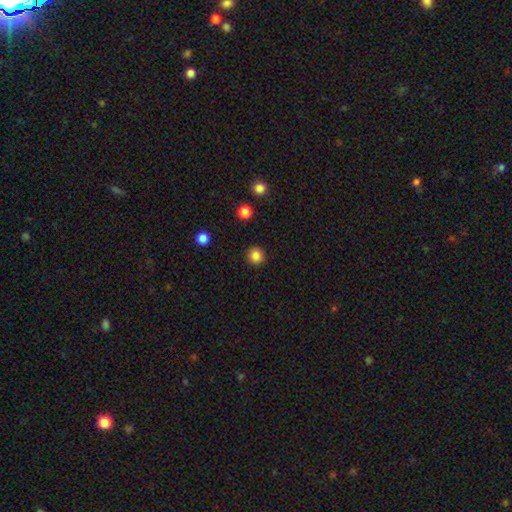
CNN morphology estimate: Smooth or featured: smooth — 84% (star or artifact — 11%)
How rounded: round — 92% (in between — 7%)
Merging: none — 91% (minor disturbance — 6%)